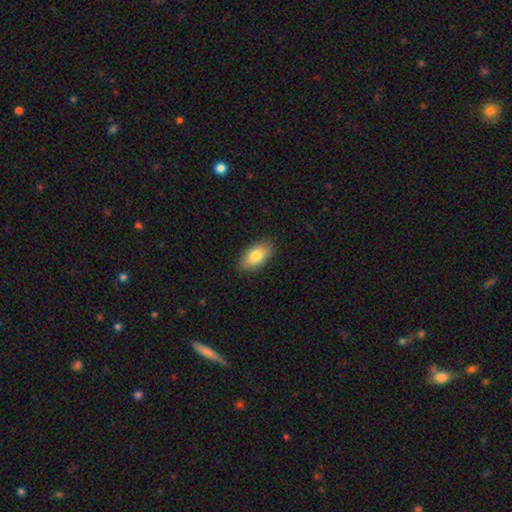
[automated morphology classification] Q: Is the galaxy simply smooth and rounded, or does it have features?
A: smooth — 81%.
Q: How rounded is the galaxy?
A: in between — 92%.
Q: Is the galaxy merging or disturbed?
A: none — 88%.